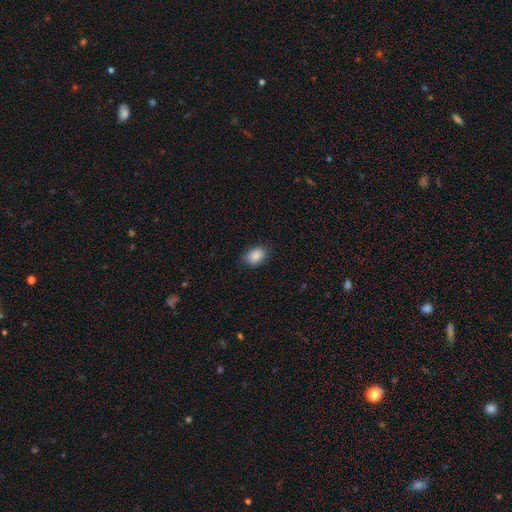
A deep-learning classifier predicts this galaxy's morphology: smooth 89%, star or artifact 8%, featured or disk 4%. Down the decision tree: how rounded — in between (75%); merging — none (79%).